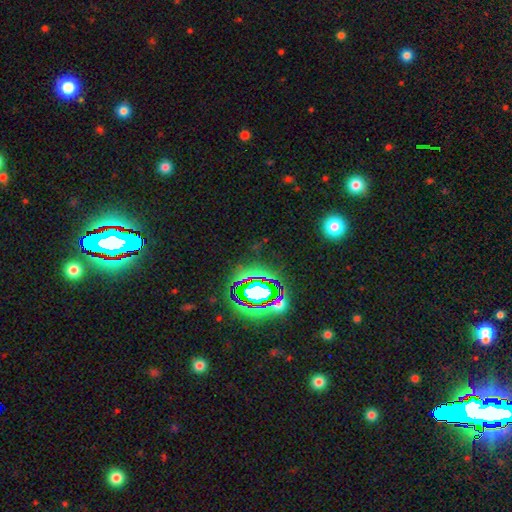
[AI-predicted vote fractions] smooth-or-featured: star or artifact: 73% | smooth: 14% | featured or disk: 13%